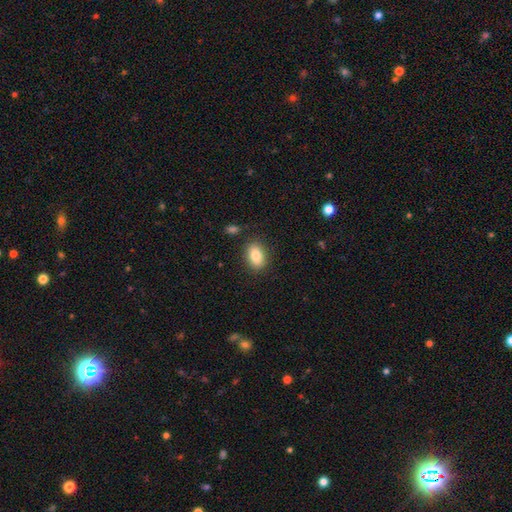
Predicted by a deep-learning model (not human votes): This appears to be a smooth galaxy with no disk features (84%) that is in between round and cigar-shaped (84%). Merging: none (85%).